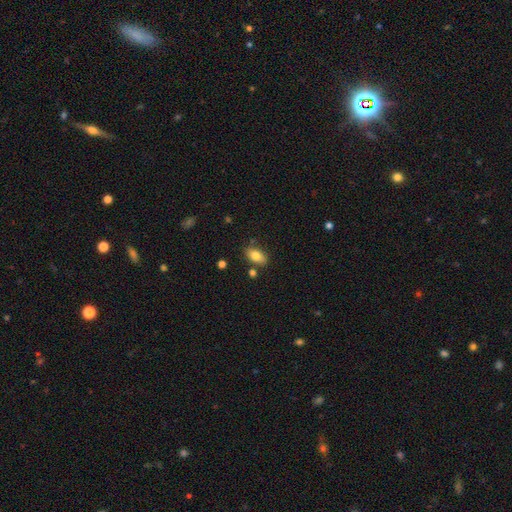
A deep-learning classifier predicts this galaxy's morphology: type=smooth (80%); roundness=in between (90%); merging=none (78%).